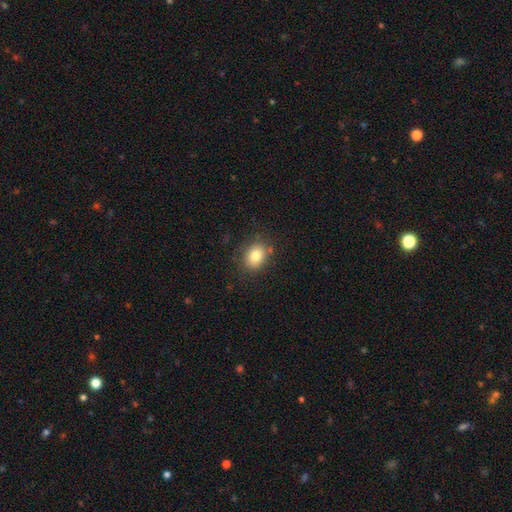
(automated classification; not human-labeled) A smooth galaxy with no disk features (82%) that is in between round and cigar-shaped (53%).

Vote fractions:
- Smooth or featured? smooth: 82% / star or artifact: 10% / featured or disk: 8%
- How rounded? in between: 53% / round: 46% / cigar-shaped: 1%
- Merging? none: 80% / minor disturbance: 13% / major disturbance: 4% / merger: 3%